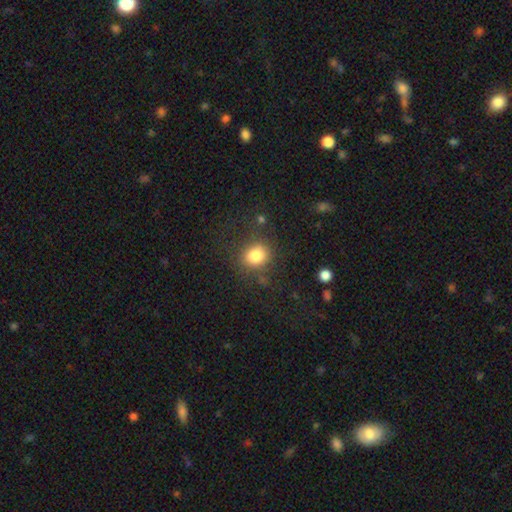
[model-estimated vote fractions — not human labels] The model was most divided on "how rounded": round: 72%, in between: 27%, cigar-shaped: 1%. More confident: smooth or featured — smooth (82%); merging — none (78%).